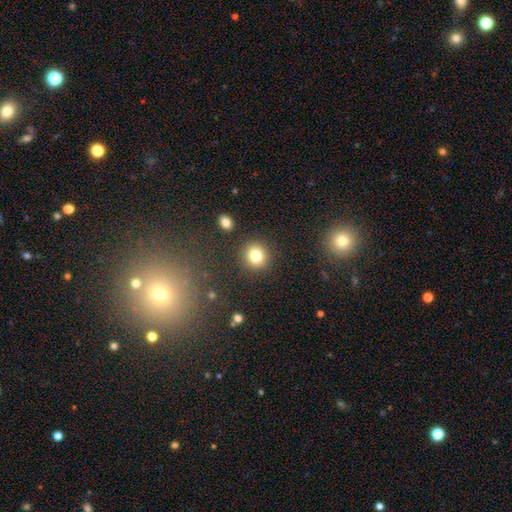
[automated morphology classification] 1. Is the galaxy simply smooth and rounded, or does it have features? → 81% smooth, 11% star or artifact, 8% featured or disk.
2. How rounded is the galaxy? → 89% round, 10% in between, 1% cigar-shaped.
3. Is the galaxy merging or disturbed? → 88% none, 7% minor disturbance, 3% merger, 3% major disturbance.